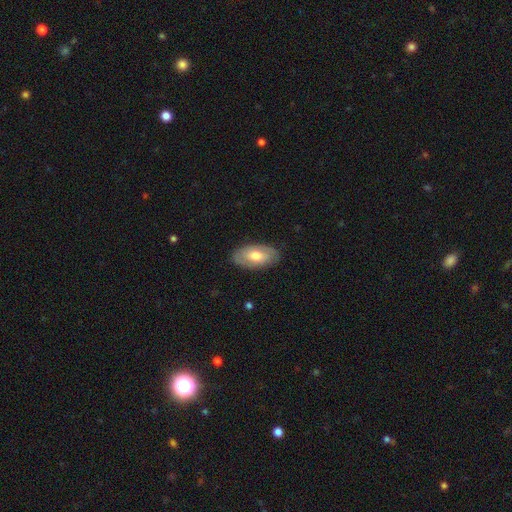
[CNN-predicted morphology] smooth_or_featured: smooth (p=0.53) [alt: featured or disk p=0.41]
how_rounded: in between (p=0.93) [alt: round p=0.04]
merging: none (p=0.84) [alt: minor disturbance p=0.12]